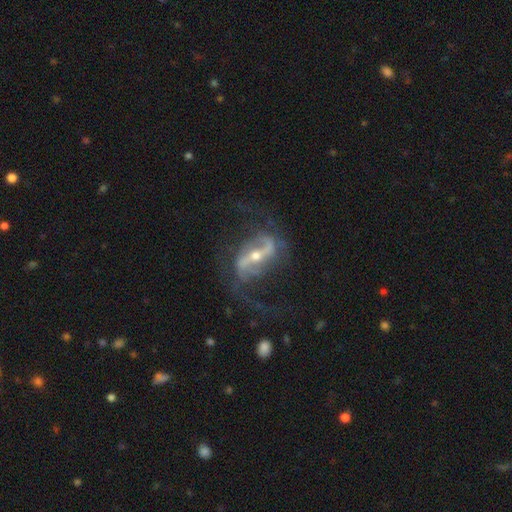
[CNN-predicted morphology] type=featured or disk (89%); edge-on=no (93%); bar=strong (68%); spiral arms=yes (94%); winding=loose (58%); arm count=2 (88%); bulge=moderate (48%, tied with small); merging=none (62%).